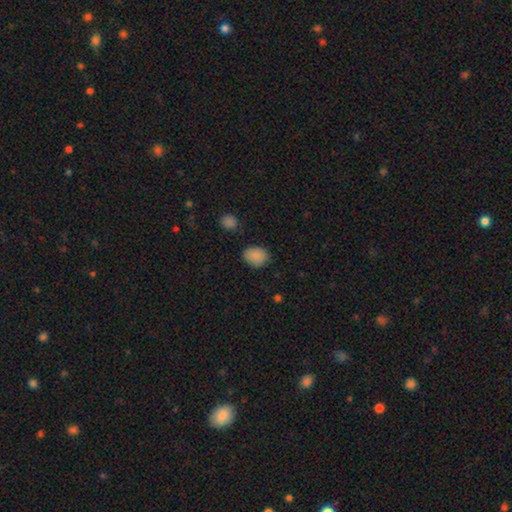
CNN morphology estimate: smooth 87%, star or artifact 9%, featured or disk 4%. Down the decision tree: how rounded — in between (56%); merging — none (78%).